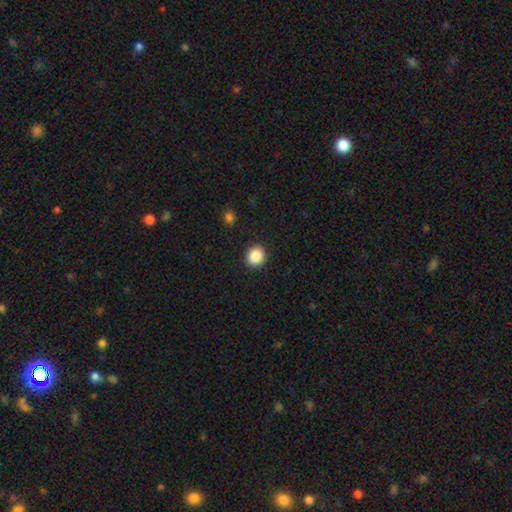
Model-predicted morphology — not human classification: A smooth galaxy with no disk features (88%) that is round (79%).

Vote fractions:
- Smooth or featured? smooth: 88% / star or artifact: 9% / featured or disk: 3%
- How rounded? round: 79% / in between: 20% / cigar-shaped: 1%
- Merging? none: 91% / minor disturbance: 6% / major disturbance: 2% / merger: 1%